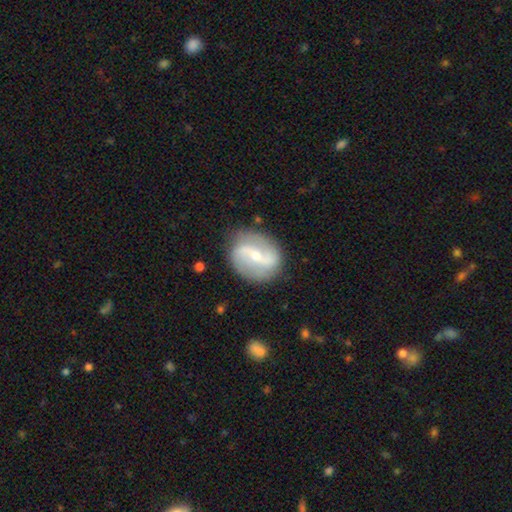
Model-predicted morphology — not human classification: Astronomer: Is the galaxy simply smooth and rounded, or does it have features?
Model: featured or disk — 82%.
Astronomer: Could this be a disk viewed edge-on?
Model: no — 96%.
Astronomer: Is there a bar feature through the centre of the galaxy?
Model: strong — 44% (runner-up: weak, 35%).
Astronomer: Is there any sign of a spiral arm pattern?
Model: yes — 90%.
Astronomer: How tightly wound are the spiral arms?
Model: loose — 51% (runner-up: medium, 35%).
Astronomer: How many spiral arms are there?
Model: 2 — 91%.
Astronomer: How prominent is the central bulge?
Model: small — 61%.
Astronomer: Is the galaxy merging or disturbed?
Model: none — 83%.